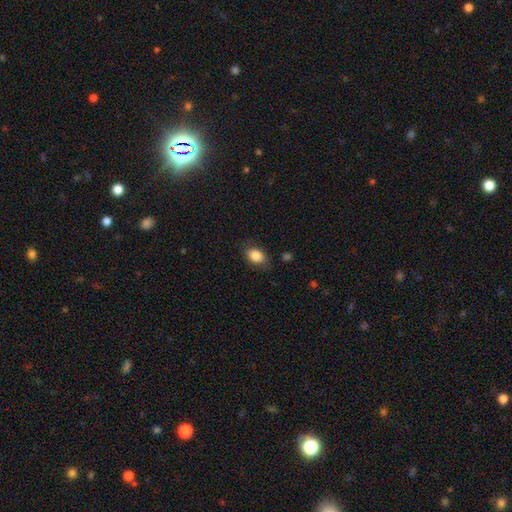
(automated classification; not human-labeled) Overall: smooth (85%). How rounded: in between (80%). Merging: none (79%).